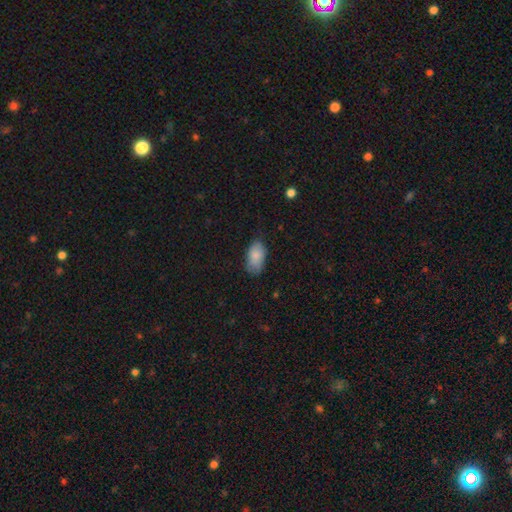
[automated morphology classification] Smooth or featured? smooth (84%)
How rounded? in between (94%)
Merging? none (68%)